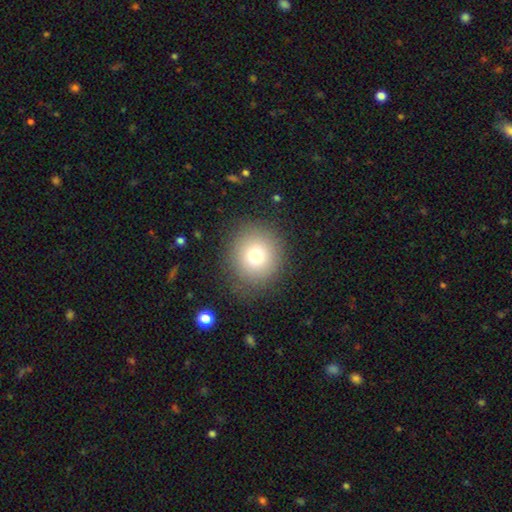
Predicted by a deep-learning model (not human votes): Smooth or featured? smooth (75%)
How rounded? round (90%)
Merging? none (85%)